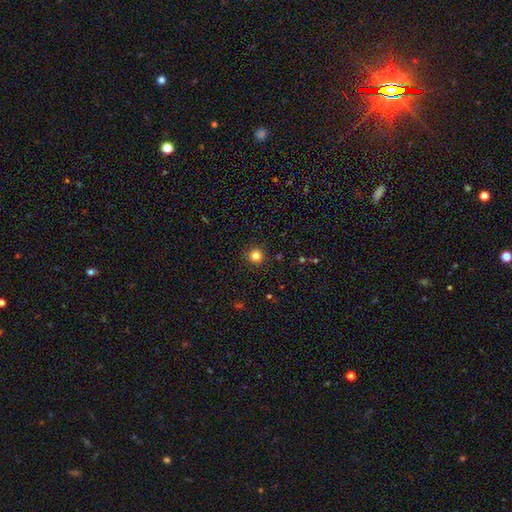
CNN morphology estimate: The model was most divided on "smooth or featured": smooth: 82%, star or artifact: 13%, featured or disk: 5%. More confident: how rounded — round (95%); merging — none (91%).